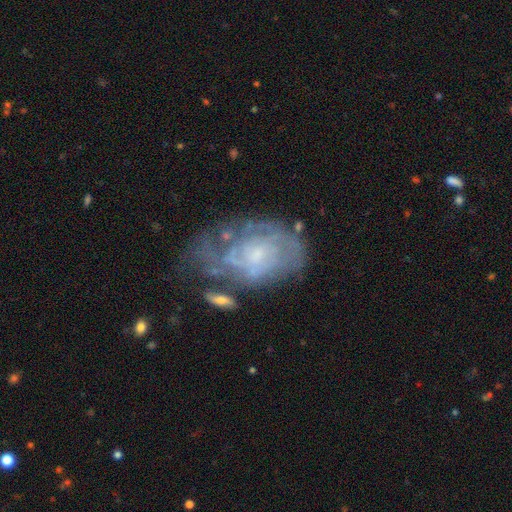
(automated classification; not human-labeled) Smooth or featured? Predicted: featured or disk (p=0.75). Edge-on disk? Predicted: no (p=0.96). Bar? Predicted: no (p=0.71). Spiral arms? Predicted: yes (p=0.79). Spiral winding? Predicted: tight (p=0.61). Spiral arm count? Predicted: can't tell (p=0.56). Bulge size? Predicted: small (p=0.59). Merging? Predicted: none (p=0.44).